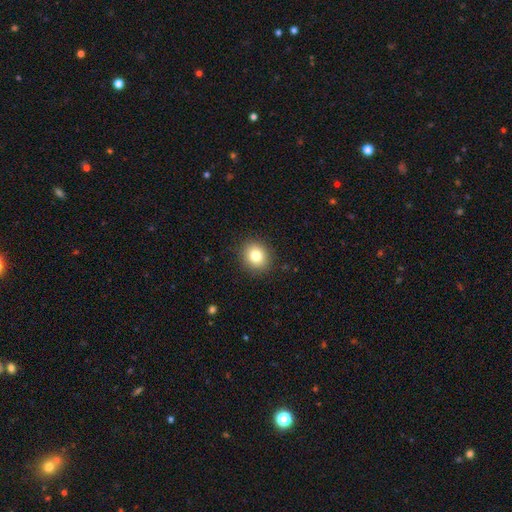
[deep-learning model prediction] Morphology: type=smooth (81%); roundness=round (78%); merging=none (90%).